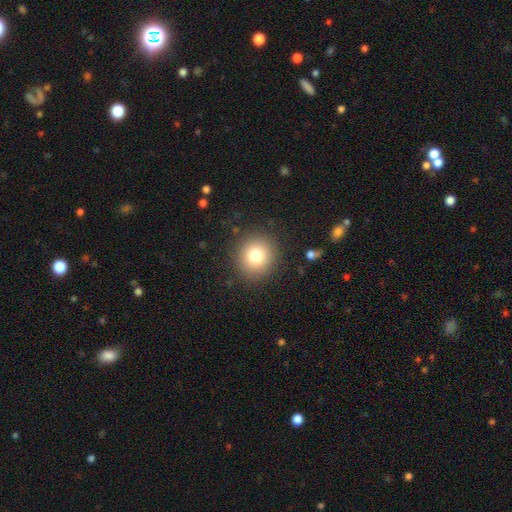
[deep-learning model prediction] Morphology: type=smooth (79%); roundness=round (90%); merging=none (89%).